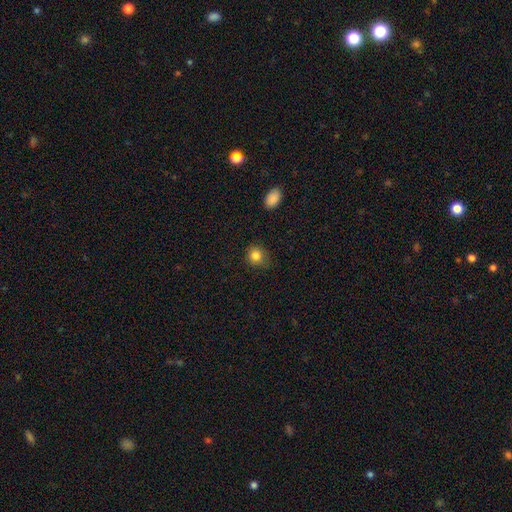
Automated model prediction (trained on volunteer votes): smooth 84%, star or artifact 11%, featured or disk 5%. Down the decision tree: how rounded — round (81%); merging — none (81%).